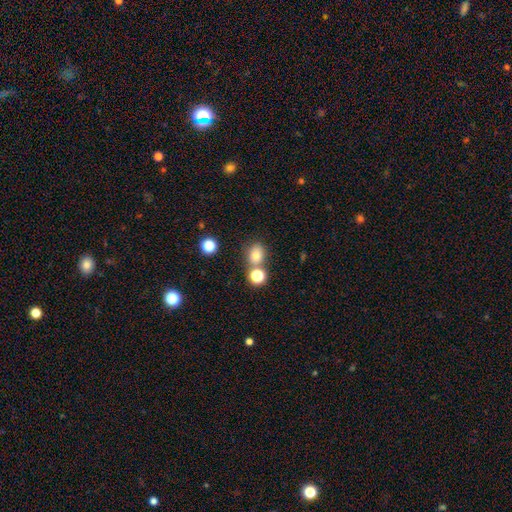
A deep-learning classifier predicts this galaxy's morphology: Smooth or featured?
  - smooth: 75% *
  - star or artifact: 16%
  - featured or disk: 10%
How rounded?
  - round: 59% *
  - in between: 40%
  - cigar-shaped: 1%
Merging?
  - none: 63% *
  - merger: 22%
  - minor disturbance: 11%
  - major disturbance: 4%